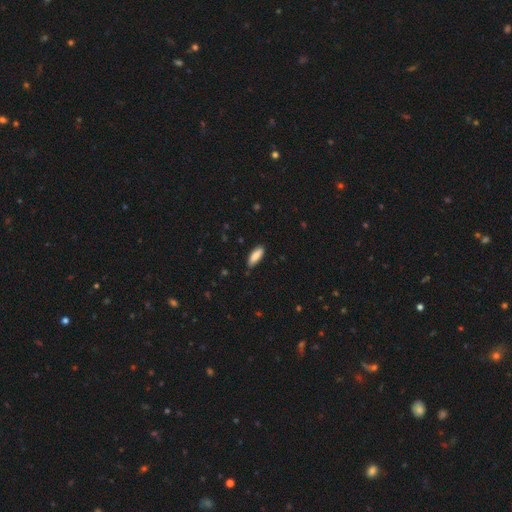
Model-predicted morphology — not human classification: A smooth galaxy with no disk features (86%) that is in between round and cigar-shaped (61%).

Vote fractions:
- Smooth or featured? smooth: 86% / featured or disk: 8% / star or artifact: 6%
- How rounded? in between: 61% / cigar-shaped: 37% / round: 2%
- Merging? none: 81% / minor disturbance: 15% / major disturbance: 2% / merger: 1%